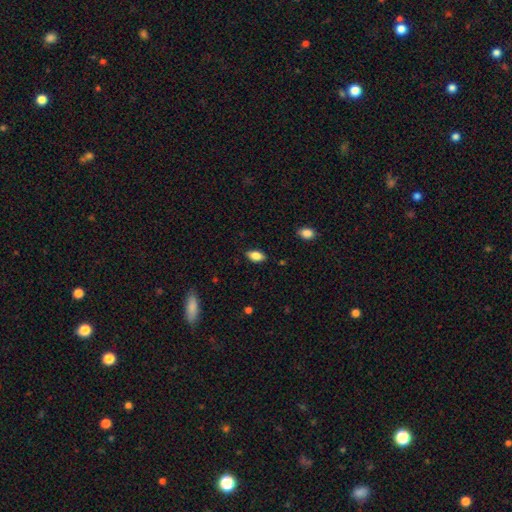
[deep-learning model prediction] Morphology: type=smooth (83%); roundness=in between (90%); merging=none (86%).